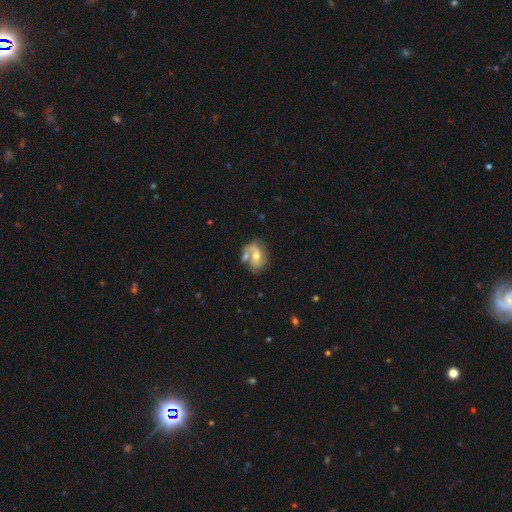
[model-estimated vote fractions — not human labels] A featured or disk galaxy (73%) with no bar (51%), 2 (73%) medium (47%) spiral arms (86%) and a moderate central bulge (66%).

Vote fractions:
- Smooth or featured? featured or disk: 73% / smooth: 20% / star or artifact: 7%
- Edge-on disk? no: 97% / yes: 3%
- Bar? no: 51% / weak: 38% / strong: 11%
- Spiral arms? yes: 86% / no: 14%
- Spiral winding? medium: 47% / loose: 29% / tight: 24%
- Spiral arm count? 2: 73% / 1: 11% / can't tell: 10% / 3: 4% / 4: 1% / more than 4: 1%
- Bulge size? moderate: 66% / small: 27% / large: 4% / none: 2% / dominant: 1%
- Merging? none: 43% / merger: 26% / minor disturbance: 20% / major disturbance: 12%